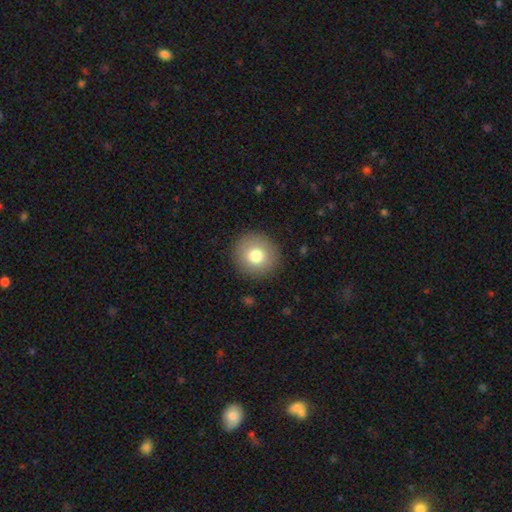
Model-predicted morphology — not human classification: Smooth or featured? Predicted: smooth (p=0.78). How rounded? Predicted: round (p=0.92). Merging? Predicted: none (p=0.90).